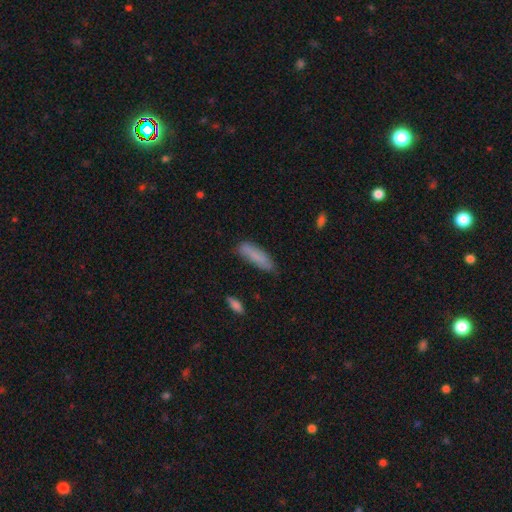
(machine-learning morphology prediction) Smooth or featured? smooth (81%)
How rounded? cigar-shaped (64%)
Merging? none (69%)